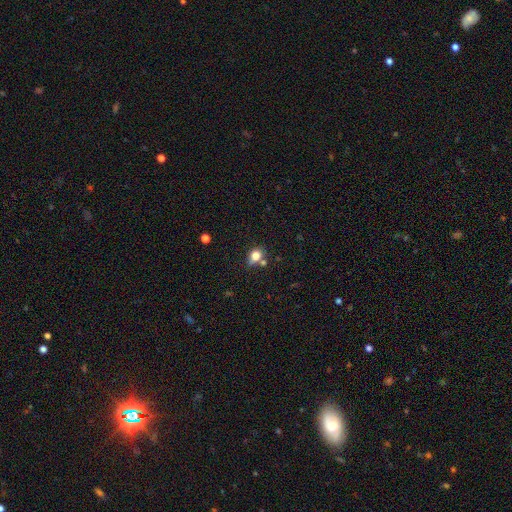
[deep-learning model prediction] smooth_or_featured: smooth (p=0.78) [alt: star or artifact p=0.12]
how_rounded: in between (p=0.51) [alt: round p=0.47]
merging: none (p=0.53) [alt: merger p=0.22]